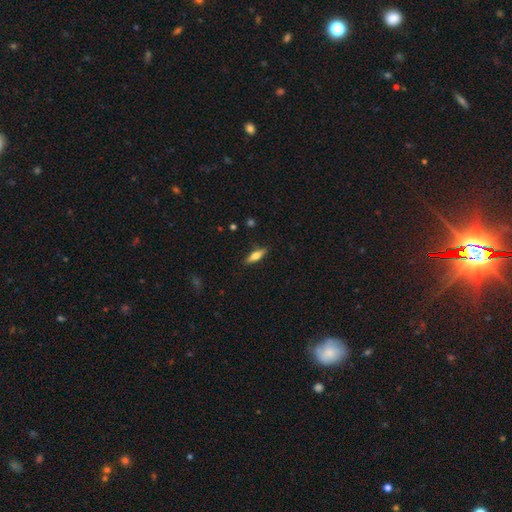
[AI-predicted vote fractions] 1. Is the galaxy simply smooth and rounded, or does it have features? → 56% smooth, 37% featured or disk, 7% star or artifact.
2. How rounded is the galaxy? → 55% cigar-shaped, 42% in between, 3% round.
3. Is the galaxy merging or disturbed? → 86% none, 10% minor disturbance, 2% major disturbance, 1% merger.